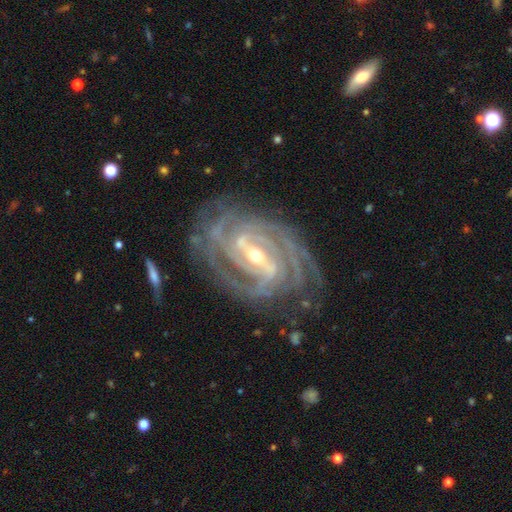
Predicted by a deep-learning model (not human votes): The model was most divided on "spiral arm count": 4: 27%, 3: 25%, 2: 16%, can't tell: 14%, more than 4: 11%, 1: 6%. Remaining: spiral arms — yes (98%); edge-on disk — no (96%); smooth or featured — featured or disk (92%); merging — none (74%); spiral winding — tight (72%); bar — strong (54%); bulge size — small (50%).